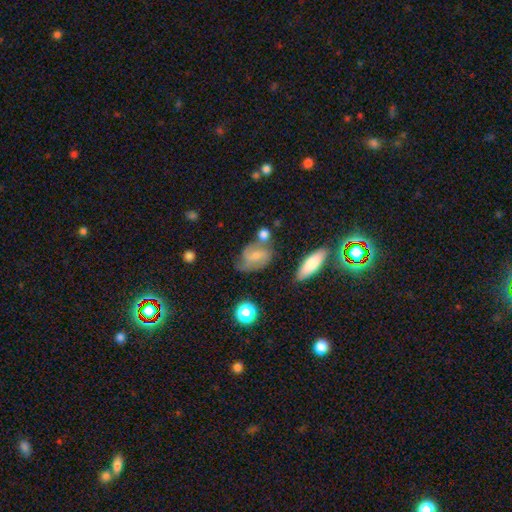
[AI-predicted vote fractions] Smooth or featured?
  - featured or disk: 53% *
  - smooth: 38%
  - star or artifact: 9%
Edge-on disk?
  - no: 95% *
  - yes: 5%
Bar?
  - no: 49% *
  - weak: 42%
  - strong: 10%
Spiral arms?
  - yes: 85% *
  - no: 15%
Bulge size?
  - small: 49% *
  - moderate: 33%
  - none: 13%
  - large: 4%
  - dominant: 1%
Merging?
  - none: 49% *
  - minor disturbance: 23%
  - merger: 15%
  - major disturbance: 13%